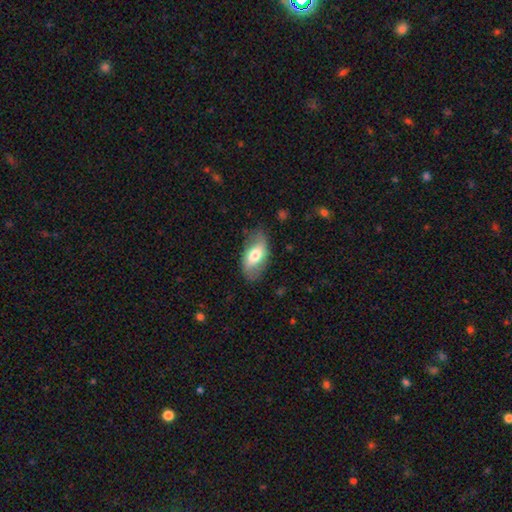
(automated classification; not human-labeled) Overall: smooth (46%; featured or disk 45%). Merging: none (79%).